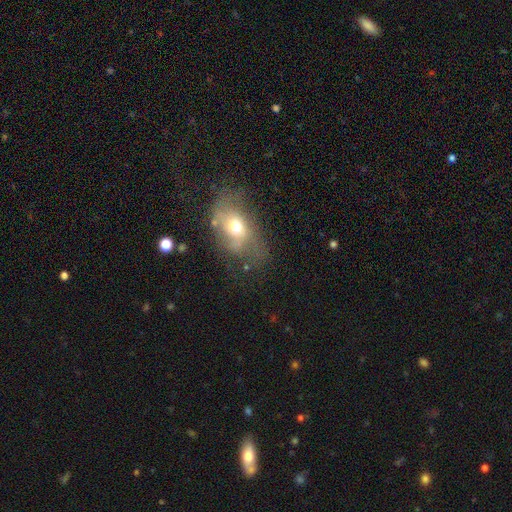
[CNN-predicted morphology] Smooth or featured? featured or disk (52%)
Edge-on disk? no (92%)
Merging? none (58%)